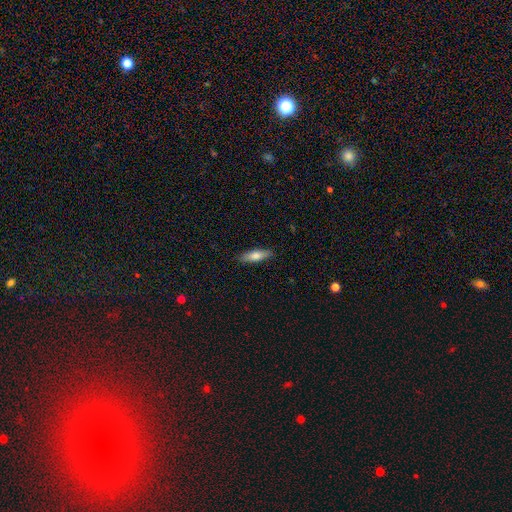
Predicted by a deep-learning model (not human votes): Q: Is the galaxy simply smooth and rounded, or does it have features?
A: smooth — 71%.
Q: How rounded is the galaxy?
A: cigar-shaped — 53%.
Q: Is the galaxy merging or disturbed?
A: none — 87%.